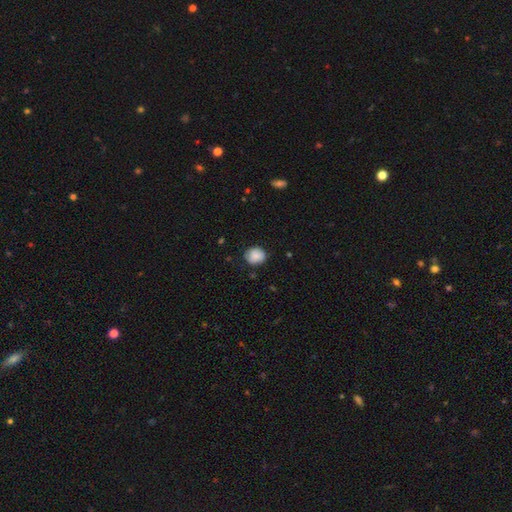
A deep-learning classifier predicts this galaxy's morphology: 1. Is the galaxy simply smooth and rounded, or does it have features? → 80% smooth, 12% featured or disk, 8% star or artifact.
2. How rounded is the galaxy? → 77% round, 22% in between, 1% cigar-shaped.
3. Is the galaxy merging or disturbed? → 76% none, 19% minor disturbance, 4% major disturbance, 1% merger.